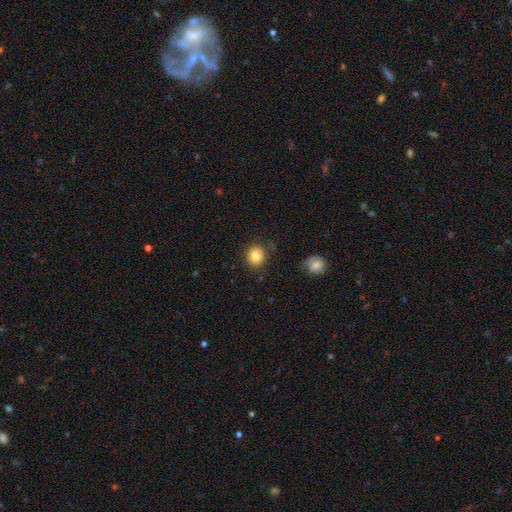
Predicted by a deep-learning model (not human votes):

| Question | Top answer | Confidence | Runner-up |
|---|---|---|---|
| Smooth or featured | smooth | 83% | star or artifact (10%) |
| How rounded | round | 82% | in between (17%) |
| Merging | none | 85% | minor disturbance (10%) |